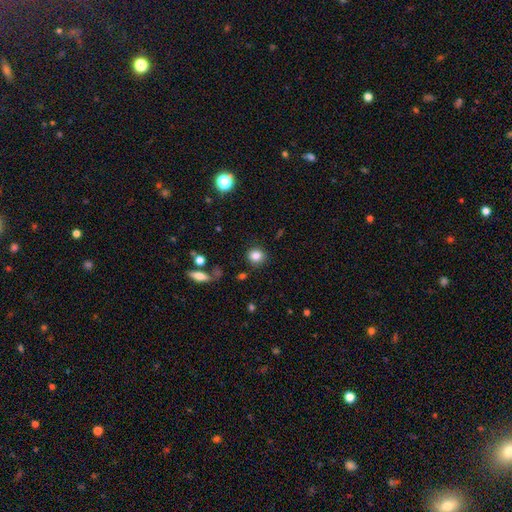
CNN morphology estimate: This is clearly a smooth galaxy (84%). How rounded: clearly round (84%). Merging: clearly none (86%).